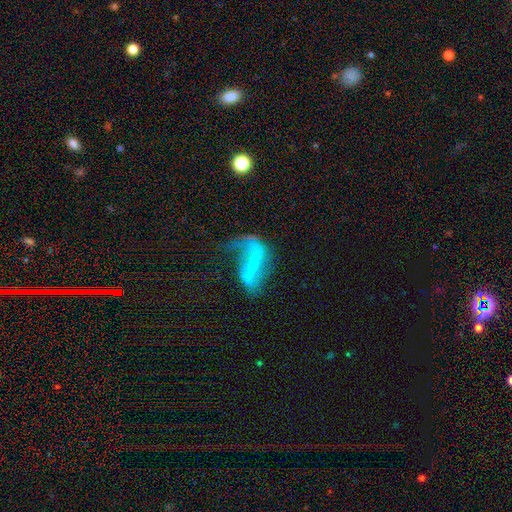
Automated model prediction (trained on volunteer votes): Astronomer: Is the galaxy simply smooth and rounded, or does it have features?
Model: featured or disk — 71%.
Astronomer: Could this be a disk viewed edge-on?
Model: no — 87%.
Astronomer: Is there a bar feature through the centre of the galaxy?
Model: strong — 54%.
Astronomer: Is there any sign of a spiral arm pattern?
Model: yes — 68%.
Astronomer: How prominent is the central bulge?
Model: small — 44% (runner-up: none, 36%).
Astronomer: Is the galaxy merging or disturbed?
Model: major disturbance — 40% (runner-up: none, 33%).